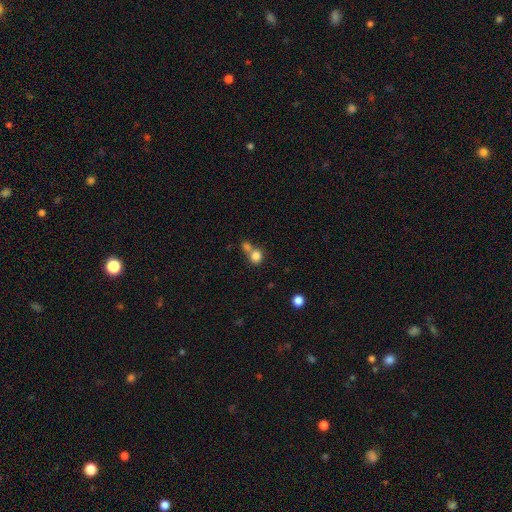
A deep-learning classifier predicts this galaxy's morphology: smooth 81%, star or artifact 11%, featured or disk 8%. Down the decision tree: how rounded — round (77%); merging — merger (46%).